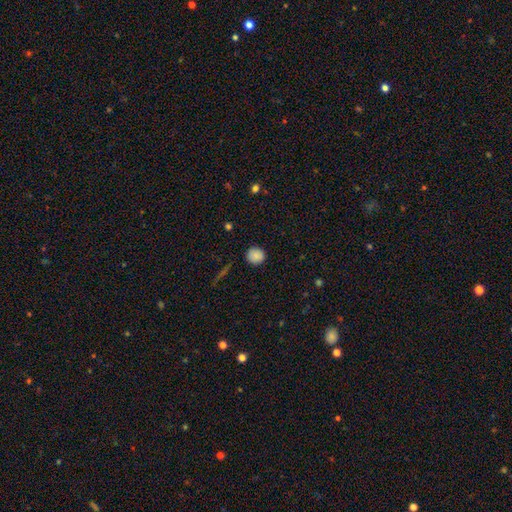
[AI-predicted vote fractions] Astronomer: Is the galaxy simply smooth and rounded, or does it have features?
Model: smooth — 86%.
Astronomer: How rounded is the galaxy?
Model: round — 90%.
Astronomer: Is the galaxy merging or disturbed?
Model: none — 89%.